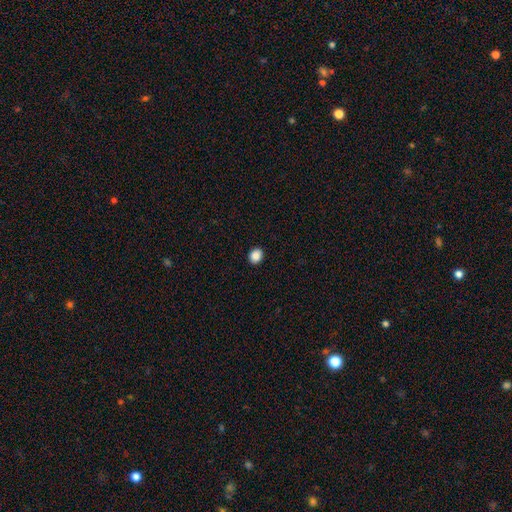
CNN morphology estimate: Smooth or featured?
  - smooth: 88% *
  - star or artifact: 9%
  - featured or disk: 3%
How rounded?
  - round: 70% *
  - in between: 29%
  - cigar-shaped: 1%
Merging?
  - none: 92% *
  - minor disturbance: 5%
  - major disturbance: 2%
  - merger: 1%